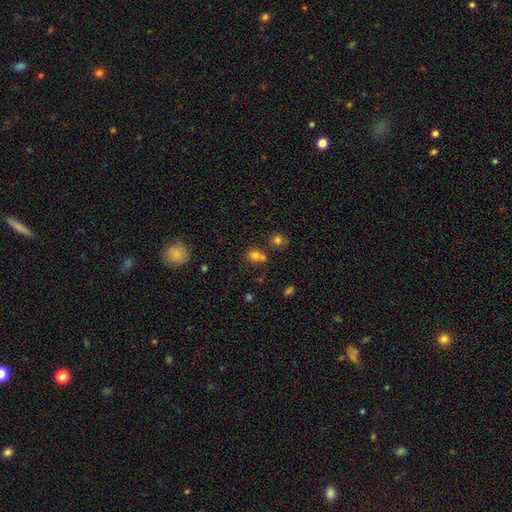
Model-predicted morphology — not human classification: smooth-or-featured: smooth: 75% | star or artifact: 15% | featured or disk: 9%
  how-rounded: round: 62% | in between: 37% | cigar-shaped: 1%
  merging: none: 45% | merger: 36% | minor disturbance: 13% | major disturbance: 6%